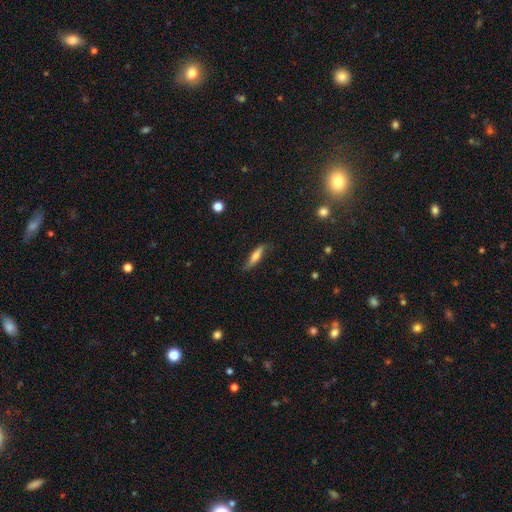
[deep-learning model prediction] A smooth galaxy with no disk features (60%) that is cigar-shaped (75%).

Vote fractions:
- Smooth or featured? smooth: 60% / featured or disk: 32% / star or artifact: 7%
- How rounded? cigar-shaped: 75% / in between: 23% / round: 2%
- Merging? none: 74% / minor disturbance: 20% / major disturbance: 4% / merger: 2%